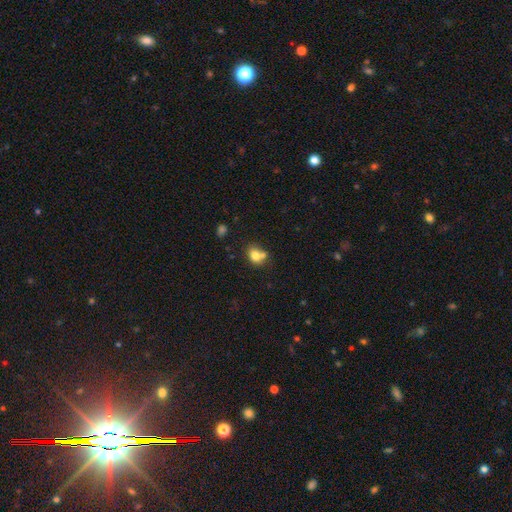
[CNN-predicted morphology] A smooth galaxy with no disk features (76%) that is round (54%). Merging: none (42%).